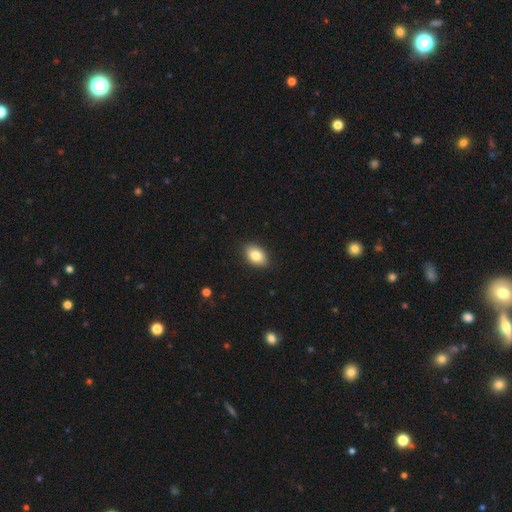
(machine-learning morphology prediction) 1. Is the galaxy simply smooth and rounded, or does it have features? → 84% smooth, 9% featured or disk, 7% star or artifact.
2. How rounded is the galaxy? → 88% in between, 11% round, 1% cigar-shaped.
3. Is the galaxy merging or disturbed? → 89% none, 8% minor disturbance, 2% major disturbance, 1% merger.